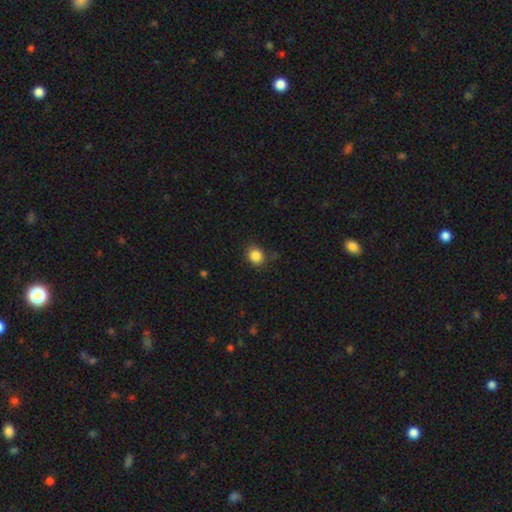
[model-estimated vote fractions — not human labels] A smooth galaxy with no disk features (86%) that is round (75%). Merging: none (81%).